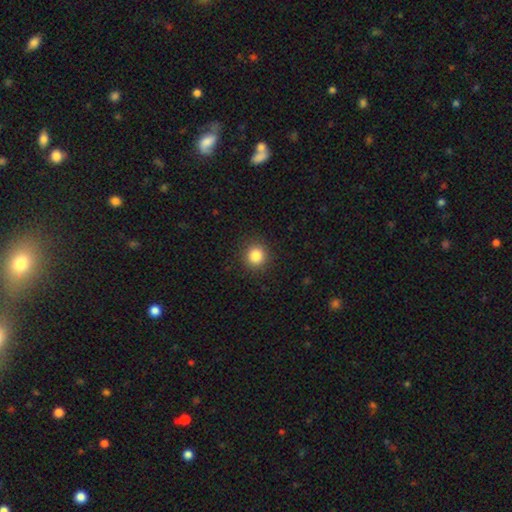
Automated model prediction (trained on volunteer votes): Smooth or featured? Predicted: smooth (p=0.85). How rounded? Predicted: round (p=0.93). Merging? Predicted: none (p=0.91).